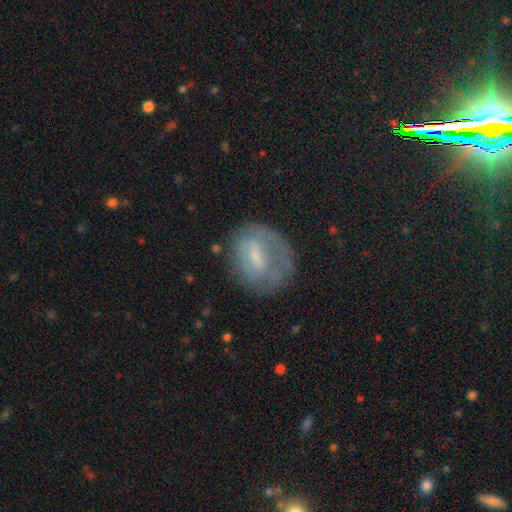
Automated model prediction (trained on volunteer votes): This is possibly a featured or disk galaxy (47%). Merging: possibly none (59%).